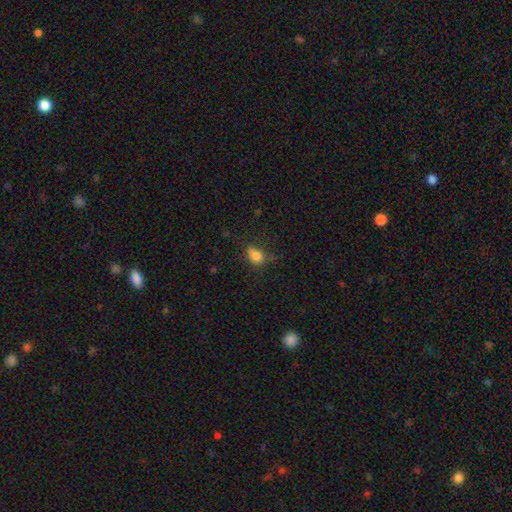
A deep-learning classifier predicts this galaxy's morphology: The model was most divided on "how rounded": in between: 52%, round: 47%, cigar-shaped: 2%. More confident: smooth or featured — smooth (80%); merging — none (59%).